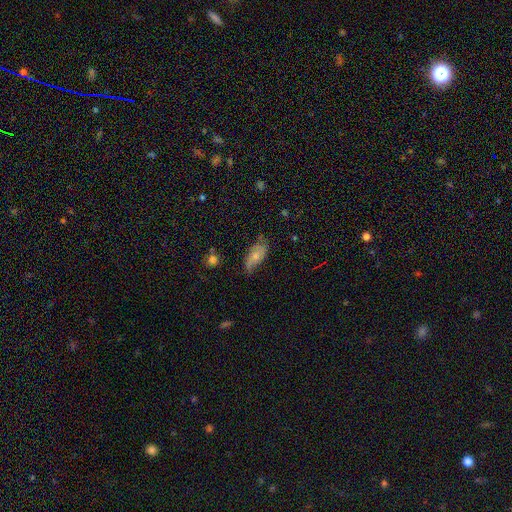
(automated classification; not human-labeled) smooth 56%, featured or disk 36%, star or artifact 8%. Down the decision tree: how rounded — in between (89%); merging — none (47%).